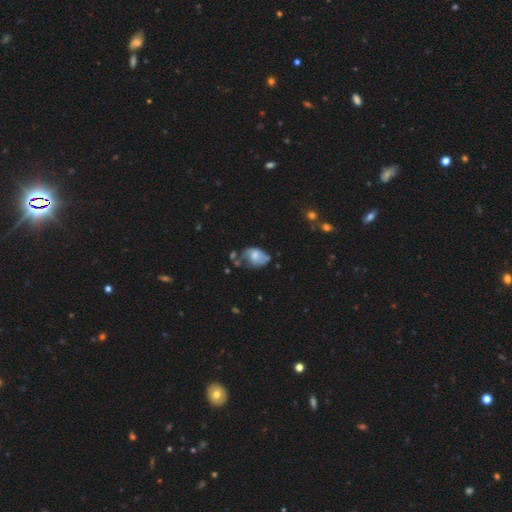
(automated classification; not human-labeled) This appears to be a smooth galaxy with no disk features (47%). Merging: none (33%).